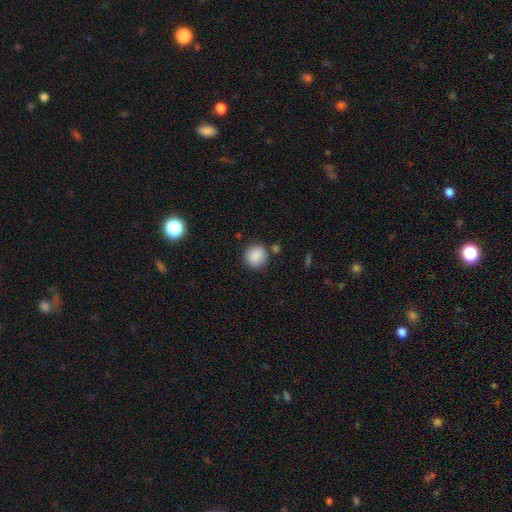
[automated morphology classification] smooth 87%, star or artifact 8%, featured or disk 4%. Down the decision tree: how rounded — round (89%); merging — none (82%).